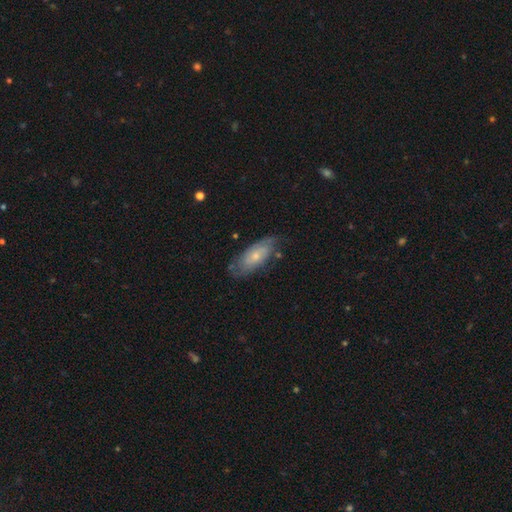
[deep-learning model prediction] Overall: featured or disk (50%; smooth 43%). Edge-on disk: no (85%). Merging: none (66%).